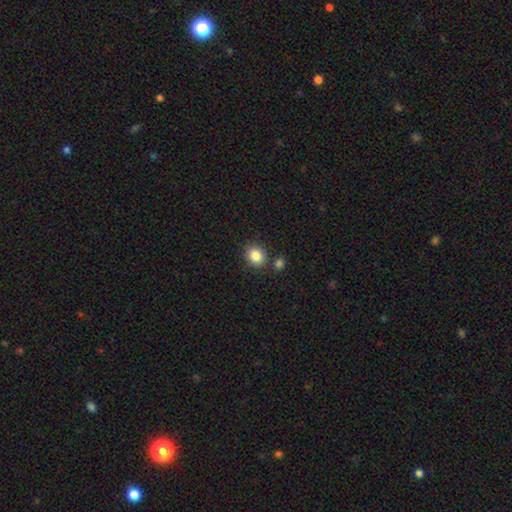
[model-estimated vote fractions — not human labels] This appears to be a smooth galaxy with no disk features (85%) that is round (66%). Merging: none (79%).